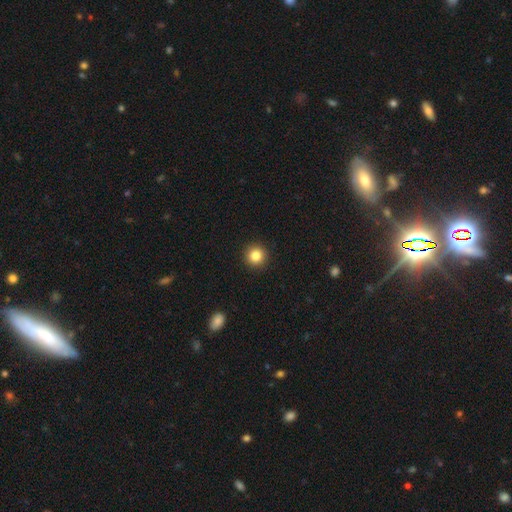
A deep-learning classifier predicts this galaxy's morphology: Smooth or featured: smooth — 84% (star or artifact — 11%)
How rounded: round — 95% (in between — 4%)
Merging: none — 93% (minor disturbance — 4%)